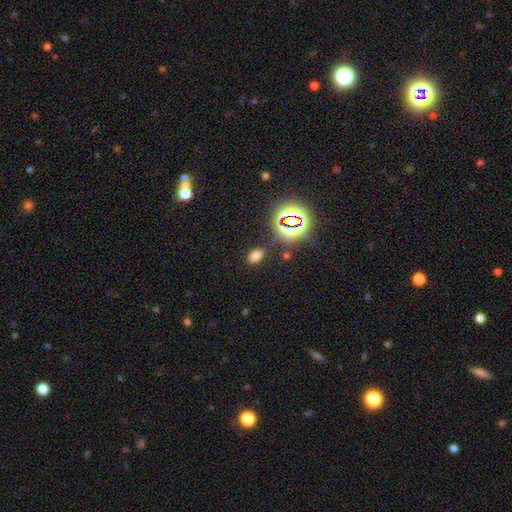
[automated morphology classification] Smooth or featured?
  - smooth: 64% *
  - star or artifact: 30%
  - featured or disk: 7%
How rounded?
  - in between: 87% *
  - round: 10%
  - cigar-shaped: 4%
Merging?
  - none: 81% *
  - minor disturbance: 11%
  - major disturbance: 4%
  - merger: 4%